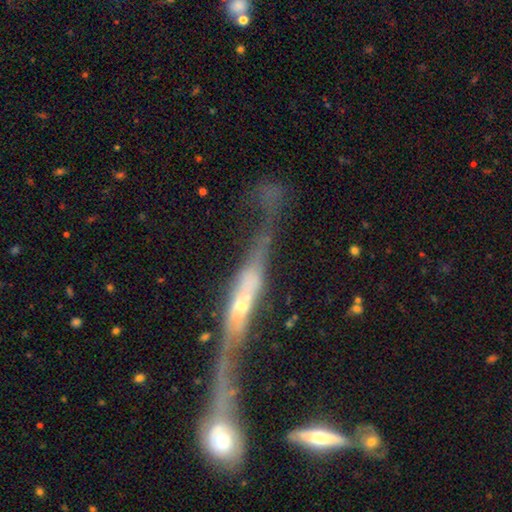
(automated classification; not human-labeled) Morphology: type=featured or disk (77%); edge-on=yes (64%); merging=merger (34%).